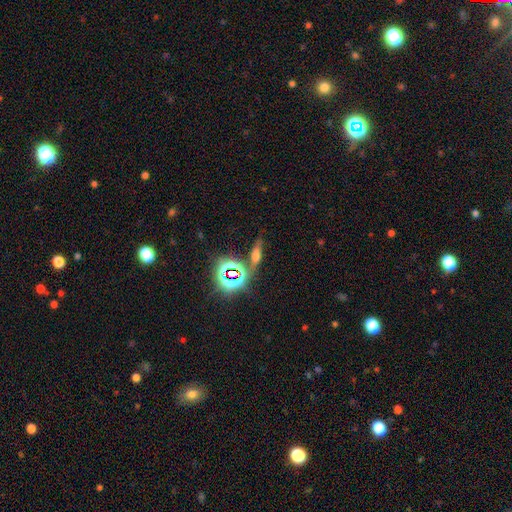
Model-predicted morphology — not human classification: Smooth or featured? Predicted: smooth (p=0.46). Merging? Predicted: none (p=0.64).